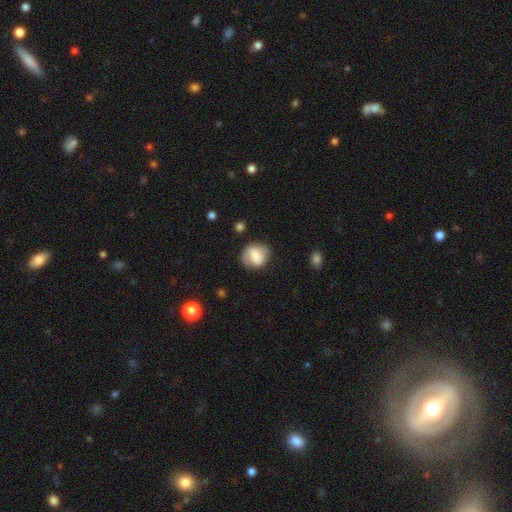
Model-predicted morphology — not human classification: This is likely a smooth galaxy (60%). How rounded: likely round (66%). Merging: likely none (67%).